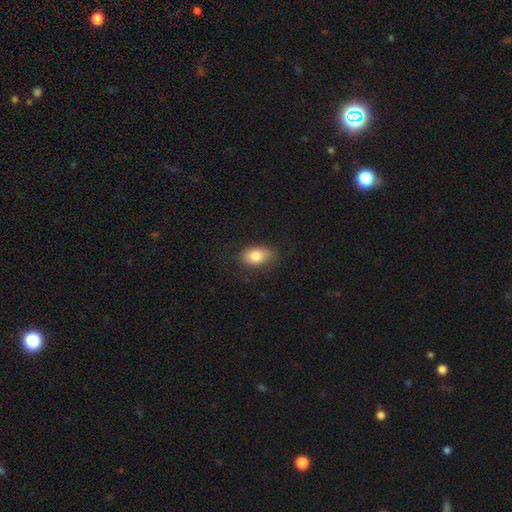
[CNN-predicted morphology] This appears to be a smooth galaxy with no disk features (83%) that is in between round and cigar-shaped (88%). Merging: none (80%).